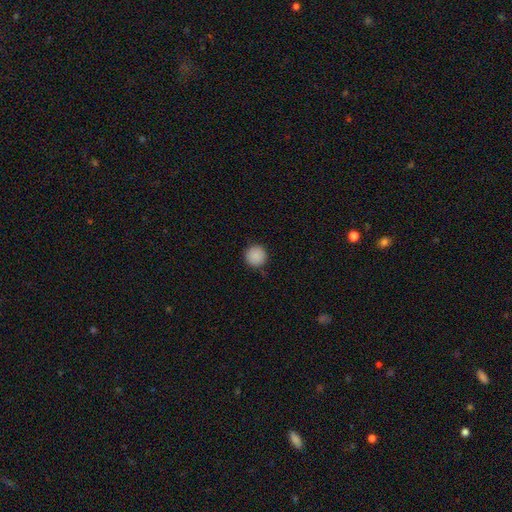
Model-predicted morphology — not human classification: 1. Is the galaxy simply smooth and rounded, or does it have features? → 89% smooth, 9% star or artifact, 3% featured or disk.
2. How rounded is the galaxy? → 96% round, 3% in between, 1% cigar-shaped.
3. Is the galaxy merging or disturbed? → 89% none, 8% minor disturbance, 2% major disturbance, 1% merger.